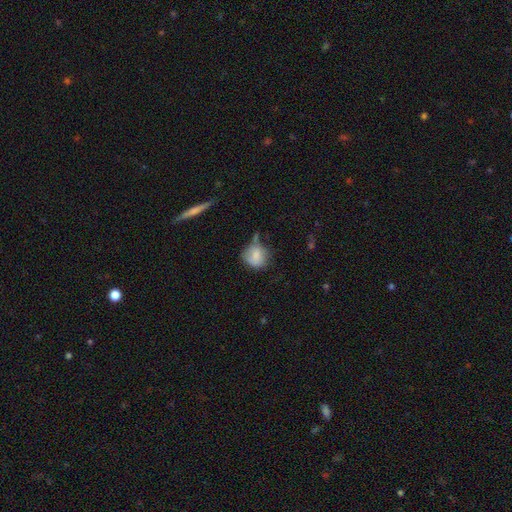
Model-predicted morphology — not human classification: Smooth or featured? Predicted: smooth (p=0.77). How rounded? Predicted: round (p=0.75). Merging? Predicted: none (p=0.49).